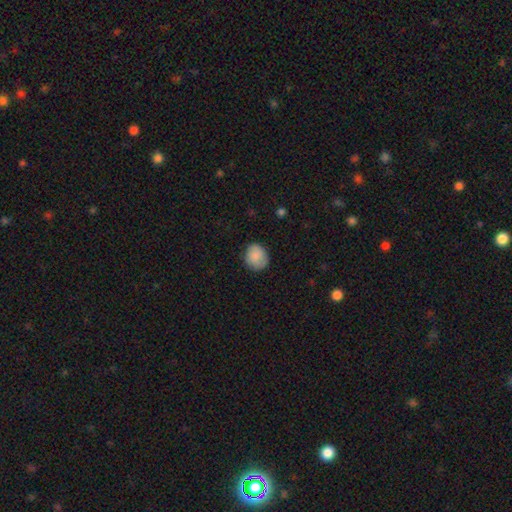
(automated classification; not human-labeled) A smooth galaxy with no disk features (86%) that is round (74%).

Vote fractions:
- Smooth or featured? smooth: 86% / featured or disk: 7% / star or artifact: 7%
- How rounded? round: 74% / in between: 26% / cigar-shaped: 1%
- Merging? none: 80% / minor disturbance: 16% / major disturbance: 3% / merger: 1%